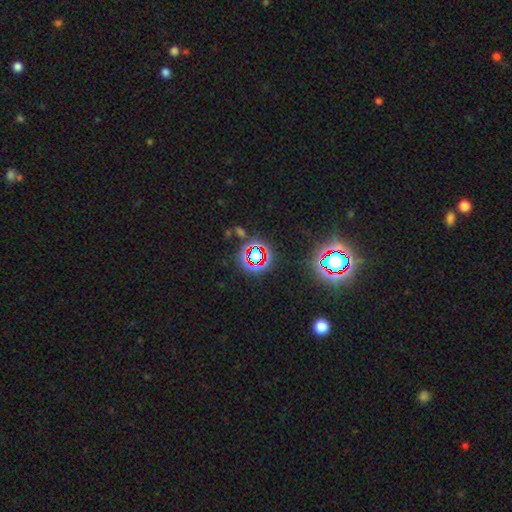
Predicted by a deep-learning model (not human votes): star or artifact 74%, smooth 16%, featured or disk 10%.